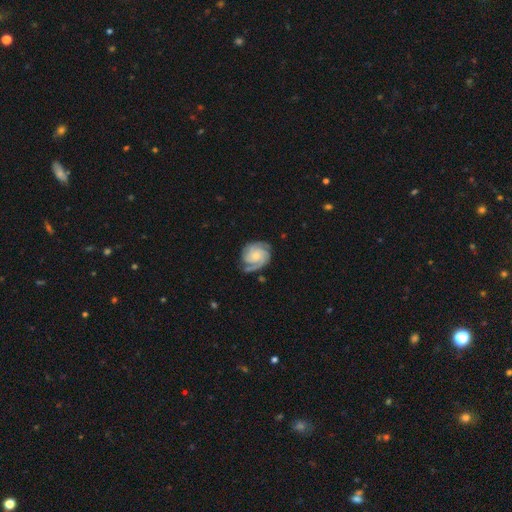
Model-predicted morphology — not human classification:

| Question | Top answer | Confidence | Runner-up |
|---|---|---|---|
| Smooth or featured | featured or disk | 86% | smooth (9%) |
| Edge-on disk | no | 98% | yes (2%) |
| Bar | no | 70% | weak (25%) |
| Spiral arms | yes | 98% | no (2%) |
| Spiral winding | tight | 64% | medium (31%) |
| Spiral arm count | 3 | 46% | 2 (19%) |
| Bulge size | small | 58% | moderate (34%) |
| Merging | none | 74% | minor disturbance (19%) |